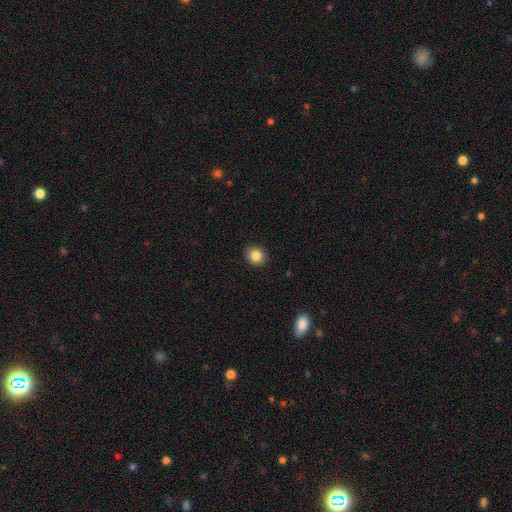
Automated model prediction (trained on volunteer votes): This is clearly a smooth galaxy (84%). How rounded: likely round (71%). Merging: clearly none (91%).